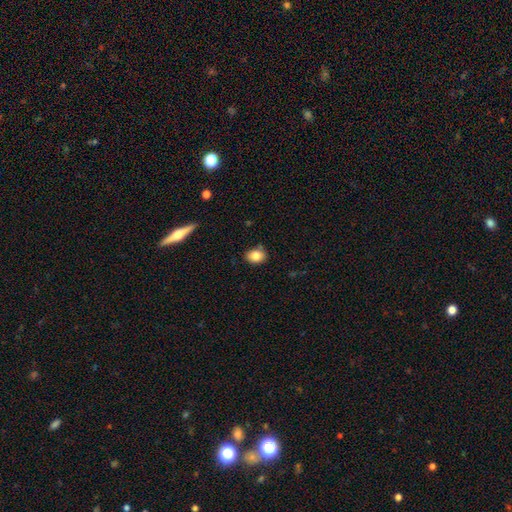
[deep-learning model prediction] A smooth galaxy with no disk features (84%) that is in between round and cigar-shaped (60%). Merging: none (81%).